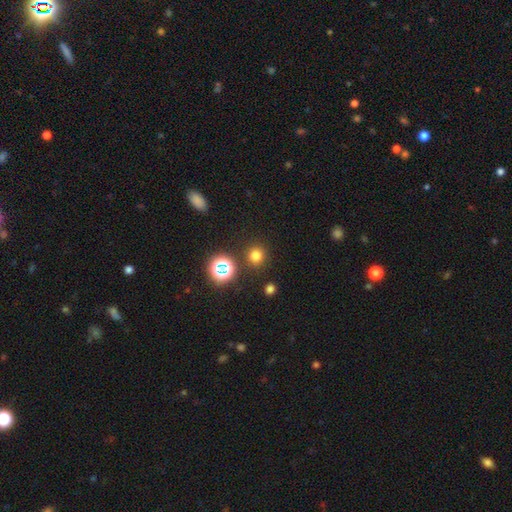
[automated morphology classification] Smooth or featured? Predicted: smooth (p=0.73). How rounded? Predicted: round (p=0.90). Merging? Predicted: none (p=0.87).